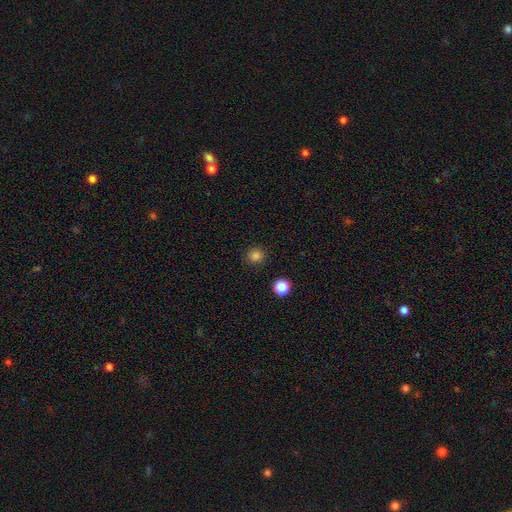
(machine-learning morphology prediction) Smooth or featured: smooth — 83% (star or artifact — 14%)
How rounded: round — 91% (in between — 8%)
Merging: none — 90% (minor disturbance — 6%)